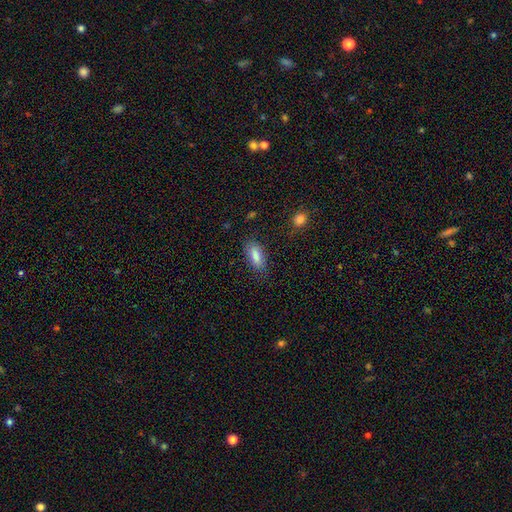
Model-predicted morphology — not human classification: Smooth or featured? Predicted: smooth (p=0.82). How rounded? Predicted: in between (p=0.79). Merging? Predicted: none (p=0.78).